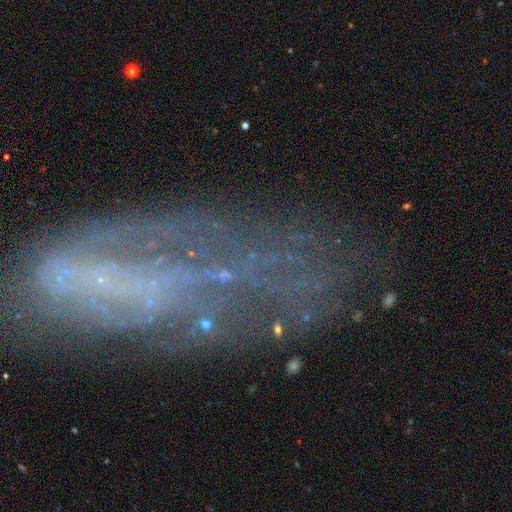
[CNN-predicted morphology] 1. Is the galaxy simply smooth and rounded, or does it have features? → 65% featured or disk, 18% smooth, 17% star or artifact.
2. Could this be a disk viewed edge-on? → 87% no, 13% yes.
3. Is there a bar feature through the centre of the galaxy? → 68% no, 21% weak, 11% strong.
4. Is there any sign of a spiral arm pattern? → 52% yes, 48% no.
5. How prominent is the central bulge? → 51% none, 39% small, 6% moderate, 2% large, 2% dominant.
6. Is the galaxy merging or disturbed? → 51% none, 23% major disturbance, 21% minor disturbance, 5% merger.